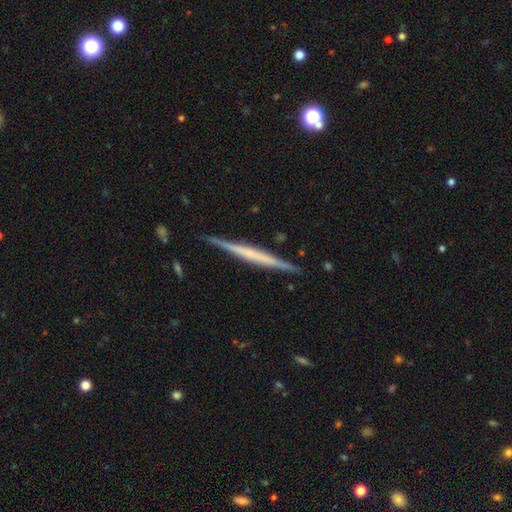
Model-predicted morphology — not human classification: Smooth or featured? Predicted: featured or disk (p=0.64). Edge-on disk? Predicted: yes (p=0.98). Edge-on bulge? Predicted: none (p=0.71). Merging? Predicted: none (p=0.89).